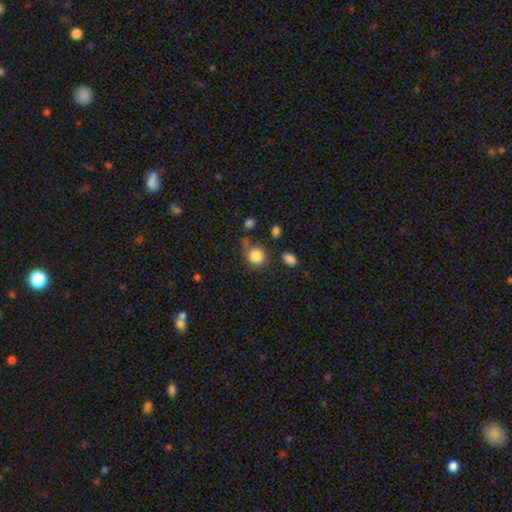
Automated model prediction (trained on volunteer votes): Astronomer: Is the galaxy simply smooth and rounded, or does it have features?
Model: smooth — 85%.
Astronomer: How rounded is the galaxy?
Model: round — 85%.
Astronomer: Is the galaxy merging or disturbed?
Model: none — 63%.